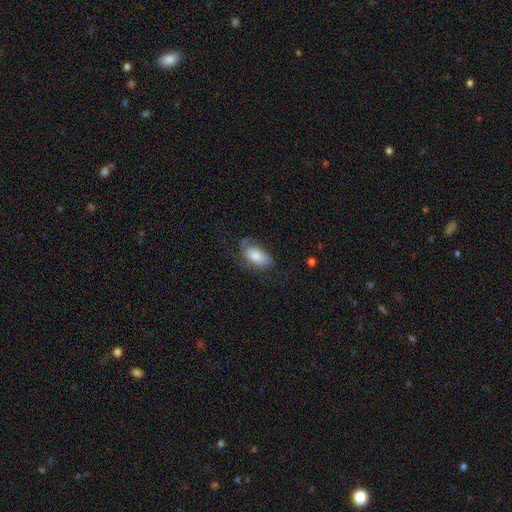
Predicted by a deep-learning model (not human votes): Overall: smooth (71%). How rounded: in between (92%). Merging: none (52%; minor disturbance 28%).